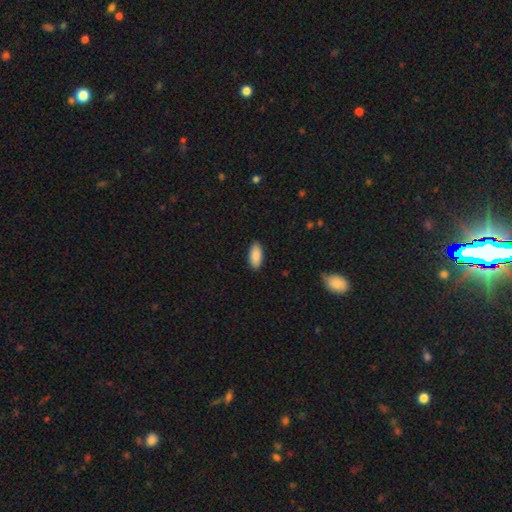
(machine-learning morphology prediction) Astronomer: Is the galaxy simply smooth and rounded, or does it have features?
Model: smooth — 90%.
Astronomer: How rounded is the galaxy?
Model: in between — 89%.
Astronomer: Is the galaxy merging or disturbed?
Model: none — 89%.